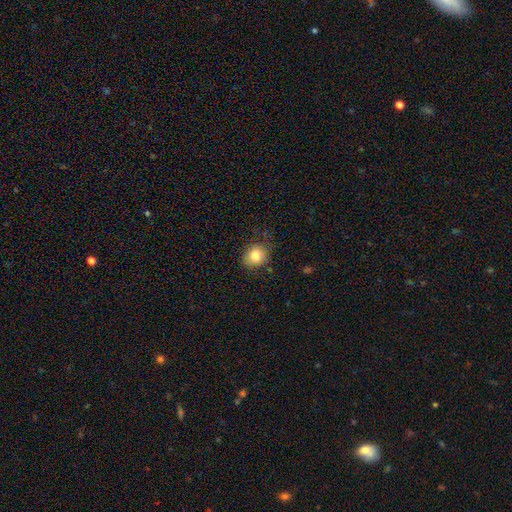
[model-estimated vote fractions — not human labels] This is clearly a smooth galaxy (81%). How rounded: likely round (78%). Merging: likely none (79%).